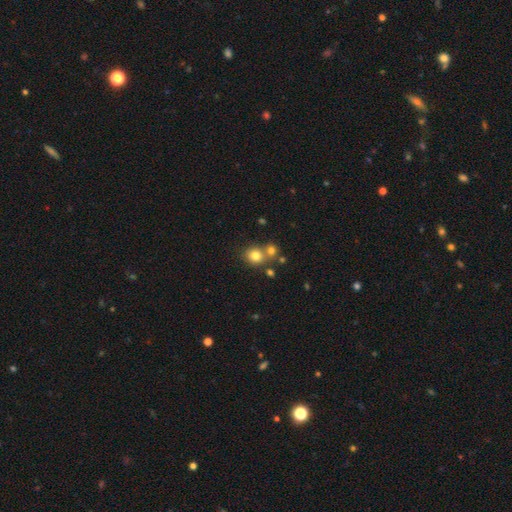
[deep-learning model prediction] Smooth or featured? Predicted: smooth (p=0.79). How rounded? Predicted: round (p=0.79). Merging? Predicted: none (p=0.57).